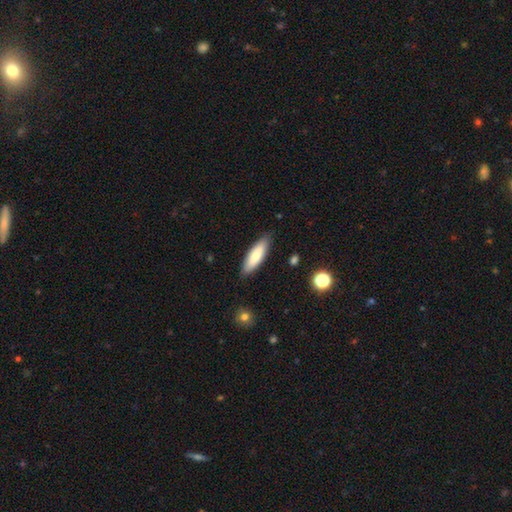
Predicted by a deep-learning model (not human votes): This is clearly a smooth galaxy (80%). How rounded: possibly cigar-shaped (52%). Merging: clearly none (86%).